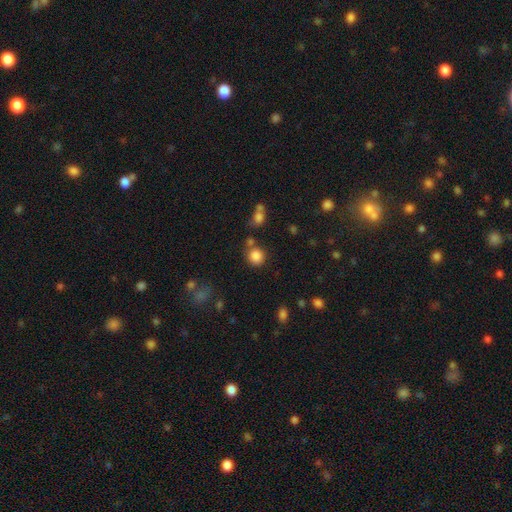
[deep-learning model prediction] A smooth galaxy with no disk features (85%) that is round (86%). Merging: none (72%).